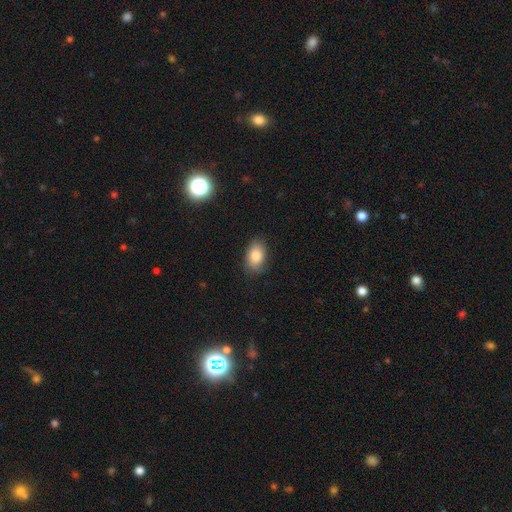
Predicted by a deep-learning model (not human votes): A smooth galaxy with no disk features (83%) that is in between round and cigar-shaped (87%).

Vote fractions:
- Smooth or featured? smooth: 83% / featured or disk: 9% / star or artifact: 8%
- How rounded? in between: 87% / round: 12% / cigar-shaped: 1%
- Merging? none: 76% / minor disturbance: 19% / major disturbance: 4% / merger: 1%